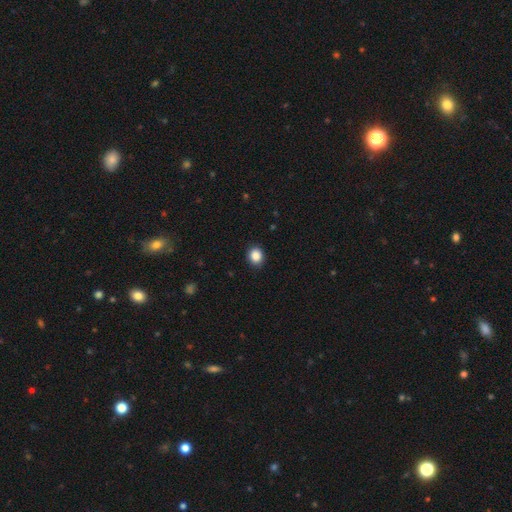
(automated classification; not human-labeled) Morphology: type=smooth (87%); roundness=round (75%); merging=none (90%).